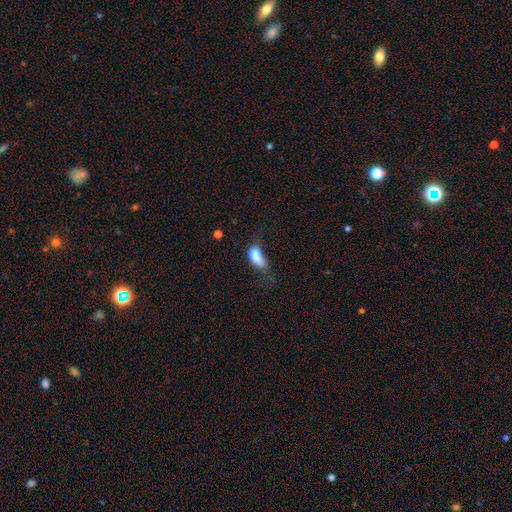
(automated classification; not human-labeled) Q: Smooth or featured?
A: smooth (75%); runner-up: featured or disk (15%)
Q: How rounded?
A: in between (85%); runner-up: cigar-shaped (9%)
Q: Merging?
A: major disturbance (47%); runner-up: minor disturbance (25%)